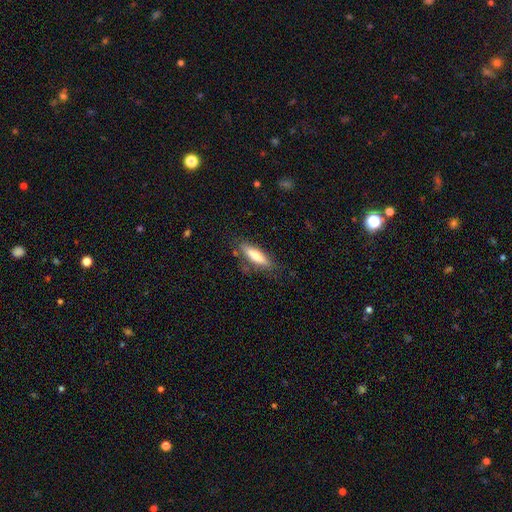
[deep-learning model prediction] Smooth or featured: smooth — 71% (featured or disk — 23%)
How rounded: cigar-shaped — 64% (in between — 34%)
Merging: none — 76% (minor disturbance — 16%)